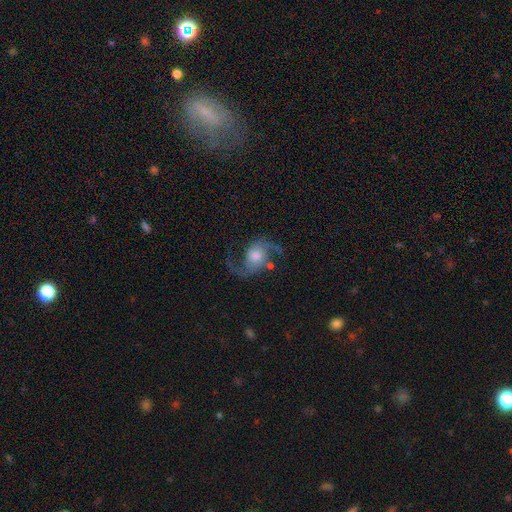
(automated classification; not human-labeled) Smooth or featured?
  - featured or disk: 85% *
  - smooth: 8%
  - star or artifact: 7%
Edge-on disk?
  - no: 97% *
  - yes: 3%
Bar?
  - no: 68% *
  - weak: 26%
  - strong: 6%
Spiral arms?
  - yes: 96% *
  - no: 4%
Spiral winding?
  - loose: 65% *
  - medium: 30%
  - tight: 5%
Spiral arm count?
  - 2: 93% *
  - 1: 2%
  - can't tell: 2%
  - 3: 1%
  - 4: 1%
  - more than 4: 1%
Bulge size?
  - moderate: 51% *
  - large: 21%
  - small: 20%
  - none: 4%
  - dominant: 4%
Merging?
  - none: 69% *
  - minor disturbance: 15%
  - major disturbance: 13%
  - merger: 3%